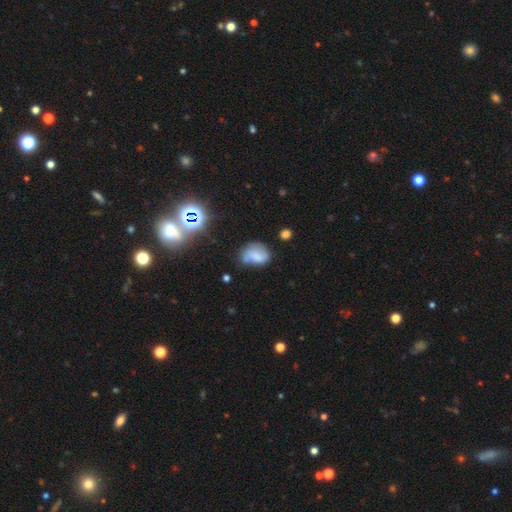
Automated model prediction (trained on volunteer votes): Smooth or featured: smooth — 57% (featured or disk — 30%)
How rounded: in between — 69% (round — 29%)
Merging: none — 44% (minor disturbance — 33%)